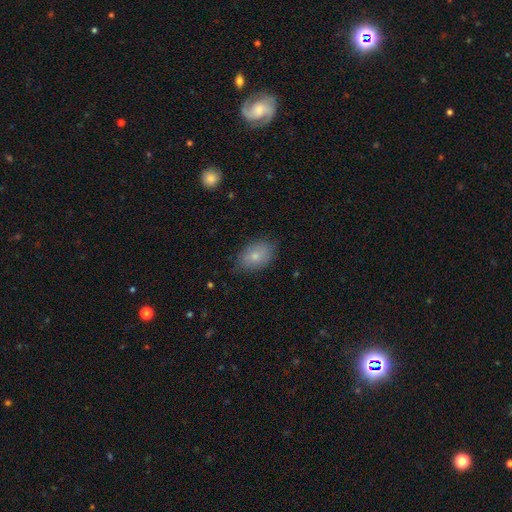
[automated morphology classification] Smooth or featured: smooth — 75% (featured or disk — 17%)
How rounded: in between — 87% (round — 12%)
Merging: none — 76% (minor disturbance — 19%)